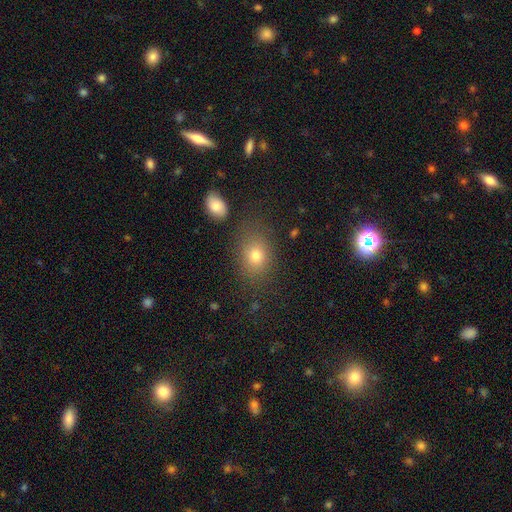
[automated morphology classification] A smooth galaxy with no disk features (76%) that is in between round and cigar-shaped (59%).

Vote fractions:
- Smooth or featured? smooth: 76% / star or artifact: 13% / featured or disk: 11%
- How rounded? in between: 59% / round: 40% / cigar-shaped: 1%
- Merging? none: 75% / minor disturbance: 14% / major disturbance: 6% / merger: 5%